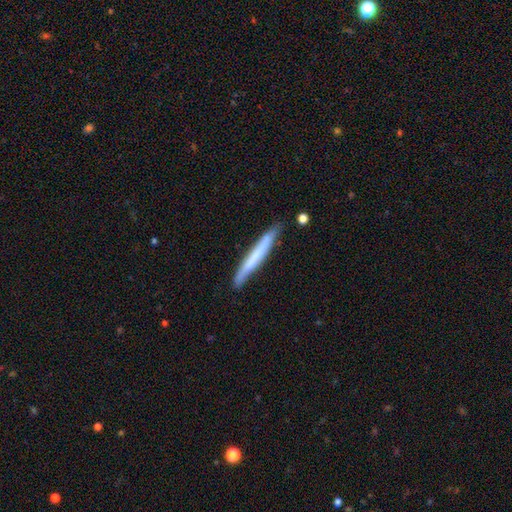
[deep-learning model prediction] Smooth or featured? Predicted: smooth (p=0.56). How rounded? Predicted: cigar-shaped (p=0.97). Merging? Predicted: none (p=0.83).